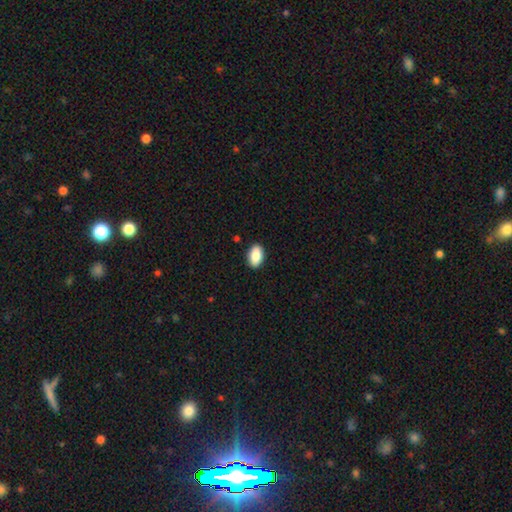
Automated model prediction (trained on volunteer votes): The model was most divided on "smooth or featured": smooth: 86%, featured or disk: 7%, star or artifact: 7%. More confident: how rounded — in between (92%); merging — none (90%).